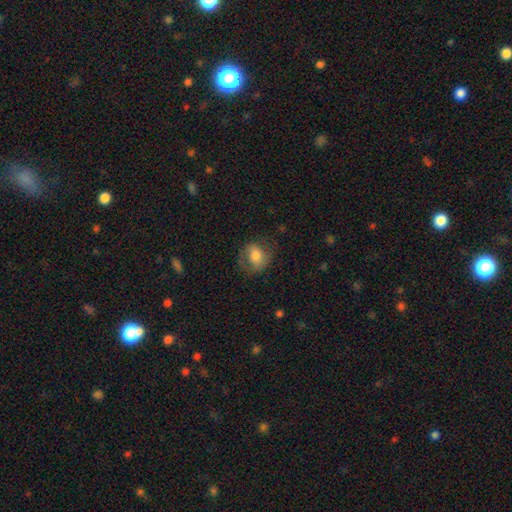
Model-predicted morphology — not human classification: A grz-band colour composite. It shows a smooth galaxy with no disk features (66%) that is in between round and cigar-shaped (52%). Merging: none (64%).